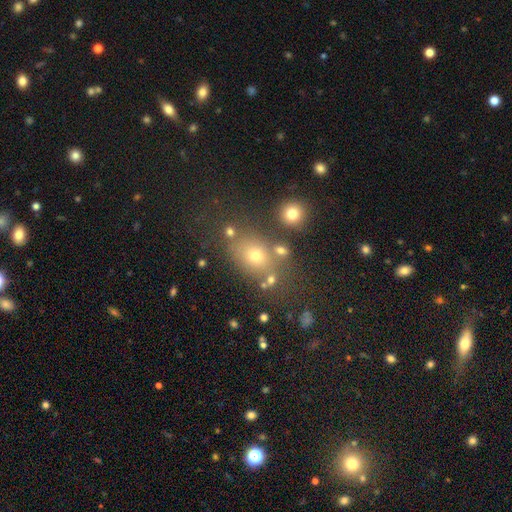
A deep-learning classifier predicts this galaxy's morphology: type=smooth (67%); roundness=in between (57%); merging=none (67%).